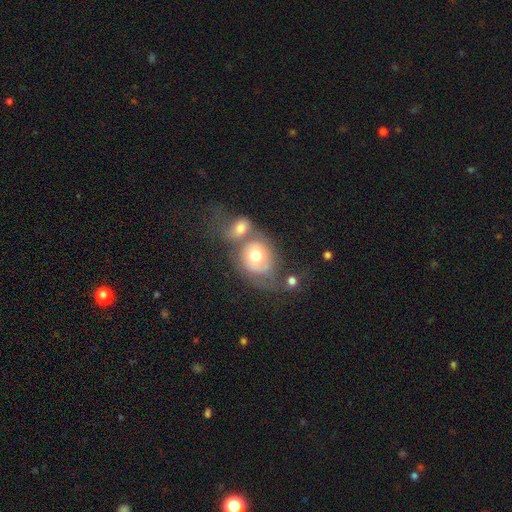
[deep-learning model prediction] This appears to be a smooth galaxy with no disk features (50%). Merging: merger (55%).